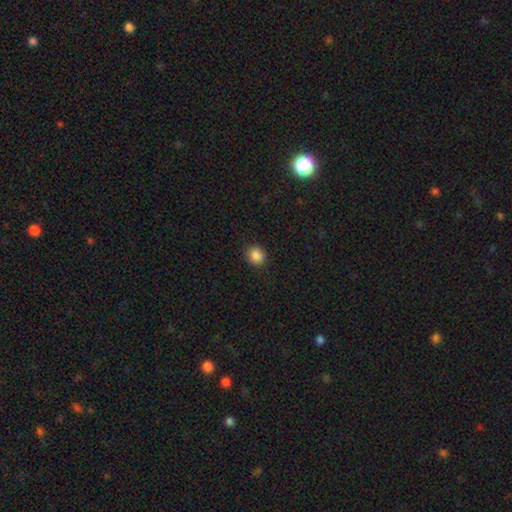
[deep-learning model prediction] smooth 86%, star or artifact 10%, featured or disk 4%. Down the decision tree: how rounded — round (82%); merging — none (88%).